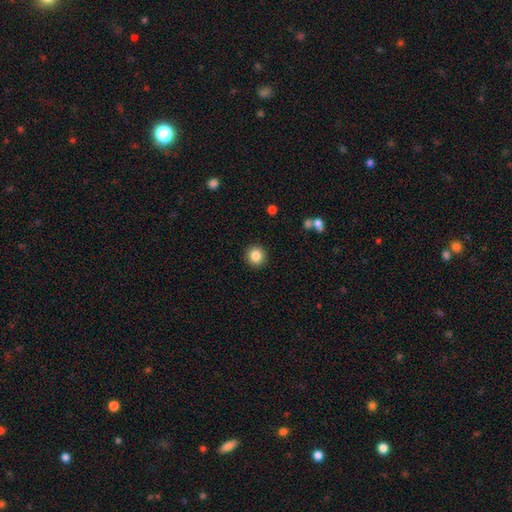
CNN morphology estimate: smooth_or_featured: smooth (p=0.85) [alt: star or artifact p=0.10]
how_rounded: round (p=0.93) [alt: in between p=0.06]
merging: none (p=0.92) [alt: minor disturbance p=0.05]